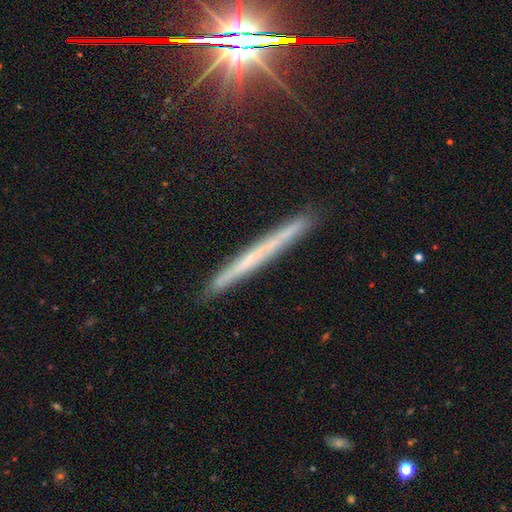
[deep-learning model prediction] A featured or disk galaxy (48%).

Vote fractions:
- Smooth or featured? featured or disk: 48% / smooth: 40% / star or artifact: 13%
- Merging? none: 89% / minor disturbance: 9% / major disturbance: 1% / merger: 1%